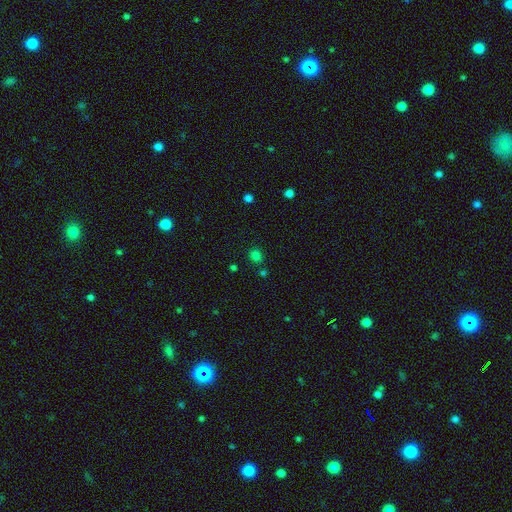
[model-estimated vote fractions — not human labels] Smooth or featured?
  - smooth: 74% *
  - star or artifact: 22%
  - featured or disk: 4%
How rounded?
  - round: 70% *
  - in between: 29%
  - cigar-shaped: 1%
Merging?
  - none: 80% *
  - minor disturbance: 10%
  - merger: 7%
  - major disturbance: 3%